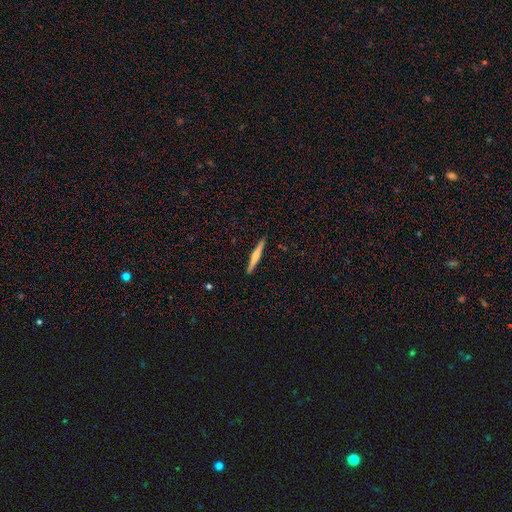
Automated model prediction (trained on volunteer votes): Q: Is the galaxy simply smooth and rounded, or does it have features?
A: featured or disk — 55%.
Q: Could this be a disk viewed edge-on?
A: yes — 98%.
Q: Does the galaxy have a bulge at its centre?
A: rounded — 73%.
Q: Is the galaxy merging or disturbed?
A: none — 91%.